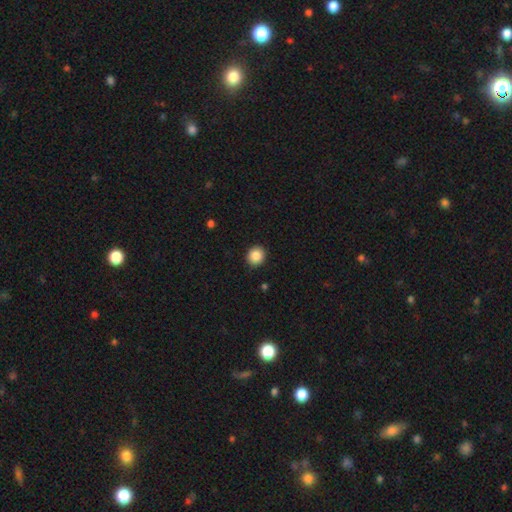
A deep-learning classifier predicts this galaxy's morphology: This is clearly a smooth galaxy (87%). How rounded: clearly round (86%). Merging: clearly none (91%).